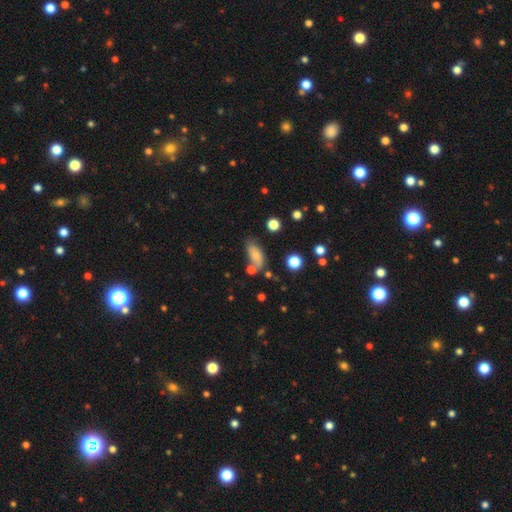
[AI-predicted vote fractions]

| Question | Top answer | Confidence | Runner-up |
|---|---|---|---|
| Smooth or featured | smooth | 73% | featured or disk (16%) |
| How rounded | in between | 83% | cigar-shaped (12%) |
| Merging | none | 54% | minor disturbance (23%) |